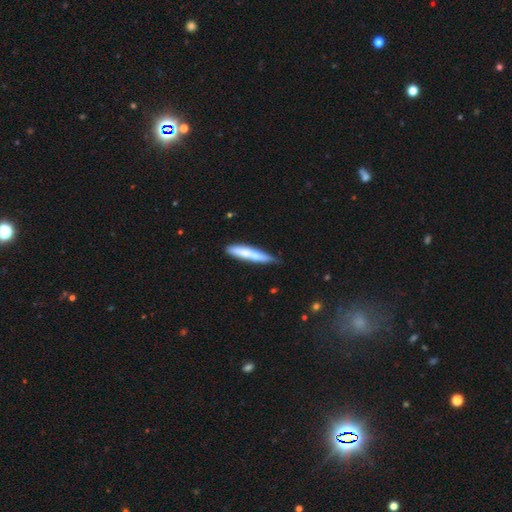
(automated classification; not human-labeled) The model was most divided on "smooth or featured": smooth: 61%, featured or disk: 33%, star or artifact: 5%. More confident: how rounded — cigar-shaped (89%); merging — none (64%).